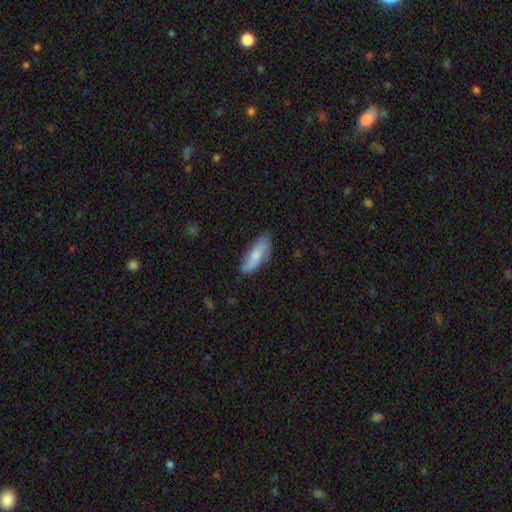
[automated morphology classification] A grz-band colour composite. It shows a smooth galaxy with no disk features (69%) that is in between round and cigar-shaped (62%). Merging: none (71%).